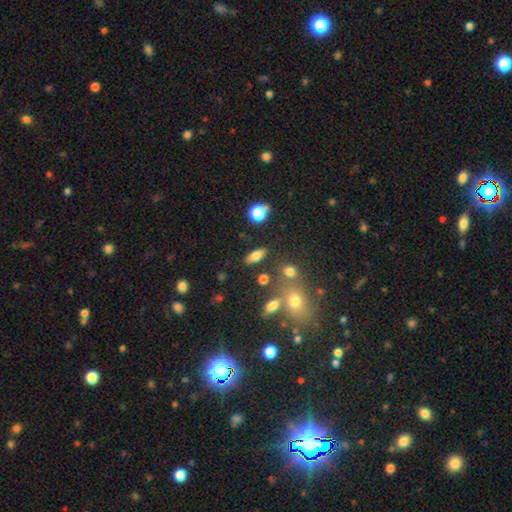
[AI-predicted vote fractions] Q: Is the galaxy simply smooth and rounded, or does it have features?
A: smooth — 73%.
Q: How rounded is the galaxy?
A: in between — 77%.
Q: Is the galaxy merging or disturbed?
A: none — 79%.